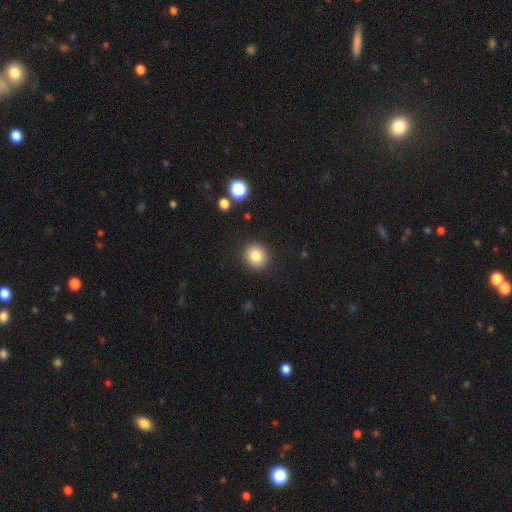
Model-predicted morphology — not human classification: This appears to be a smooth galaxy with no disk features (85%) that is round (82%). Merging: none (90%).